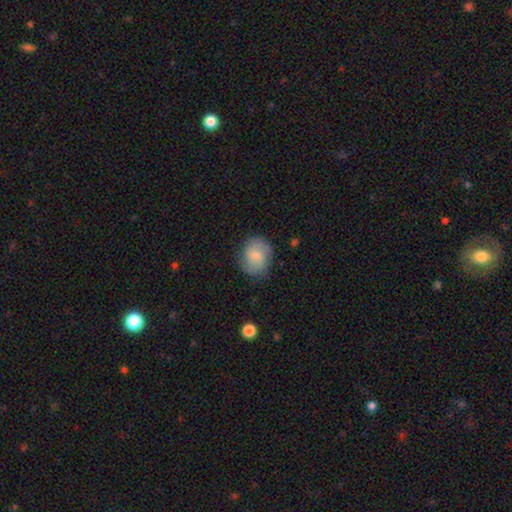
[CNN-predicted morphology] type=smooth (67%); roundness=round (62%); merging=none (74%).